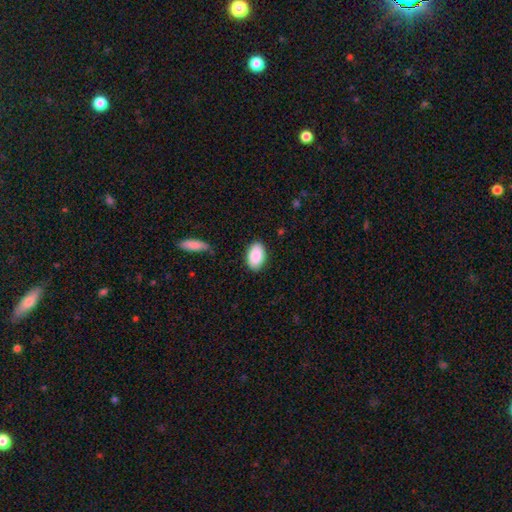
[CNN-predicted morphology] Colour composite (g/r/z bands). It shows a smooth galaxy with no disk features (89%) that is in between round and cigar-shaped (92%). Merging: none (85%).